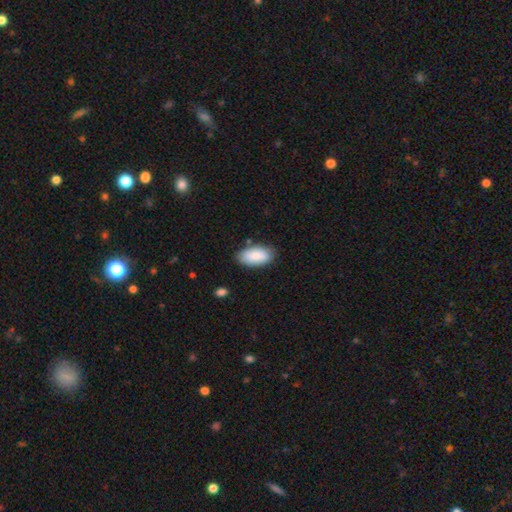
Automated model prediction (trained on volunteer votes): Q: Smooth or featured?
A: smooth (87%); runner-up: featured or disk (7%)
Q: How rounded?
A: in between (95%); runner-up: cigar-shaped (3%)
Q: Merging?
A: none (80%); runner-up: minor disturbance (14%)